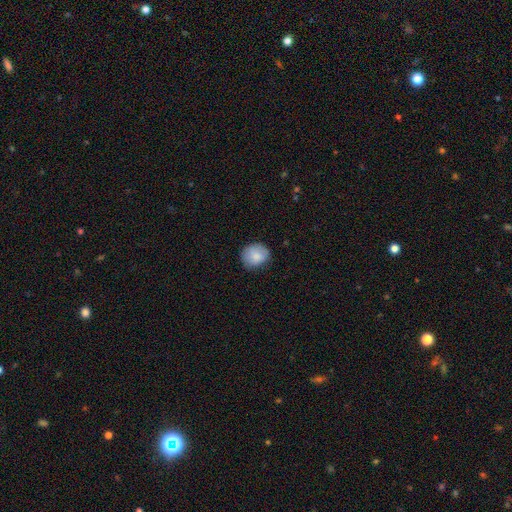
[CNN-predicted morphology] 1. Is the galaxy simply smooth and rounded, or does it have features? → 83% smooth, 9% featured or disk, 7% star or artifact.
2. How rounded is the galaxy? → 73% round, 26% in between, 1% cigar-shaped.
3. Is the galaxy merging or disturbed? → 77% none, 18% minor disturbance, 4% major disturbance, 1% merger.